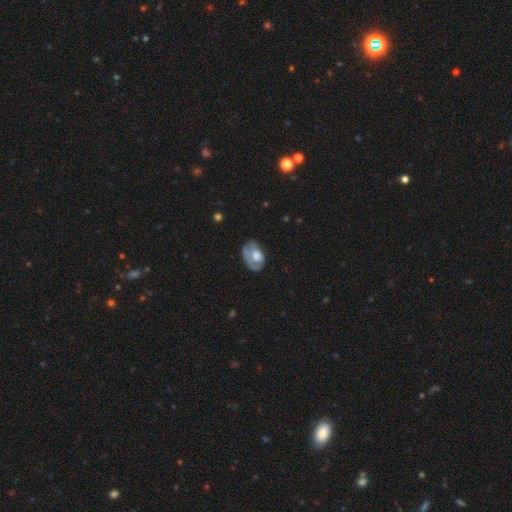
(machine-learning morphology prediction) smooth 49%, featured or disk 44%, star or artifact 7%. Down the decision tree: merging — none (44%).